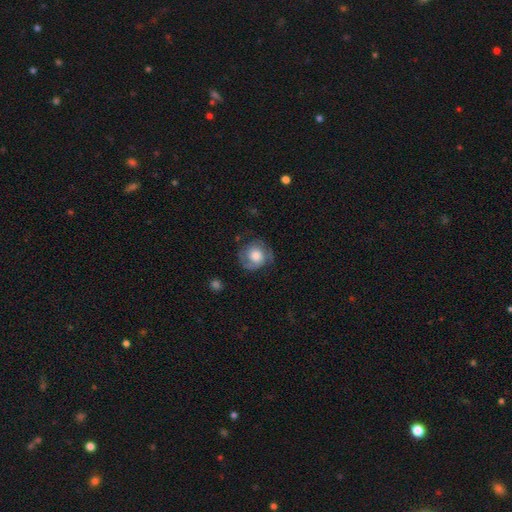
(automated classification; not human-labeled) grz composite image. It shows a featured or disk galaxy (50%). Merging: none (62%).